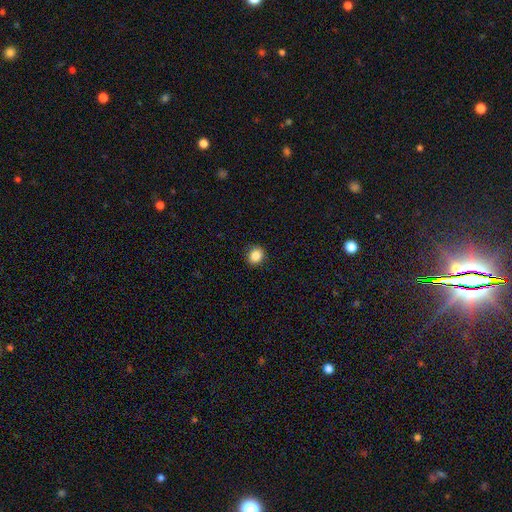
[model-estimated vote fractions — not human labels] smooth 87%, star or artifact 9%, featured or disk 4%. Down the decision tree: how rounded — round (69%); merging — none (90%).